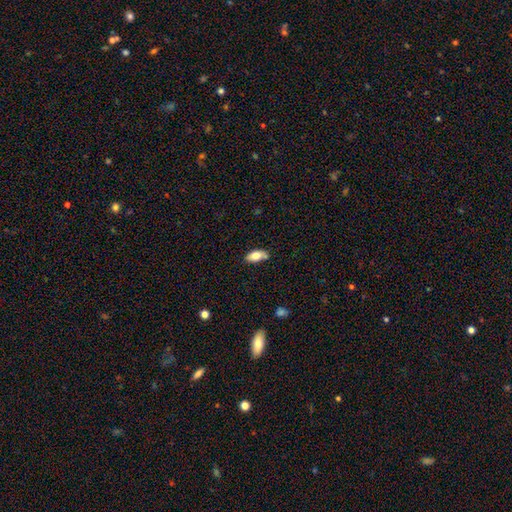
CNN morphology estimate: A smooth galaxy with no disk features (76%) that is in between round and cigar-shaped (90%). Merging: none (72%).